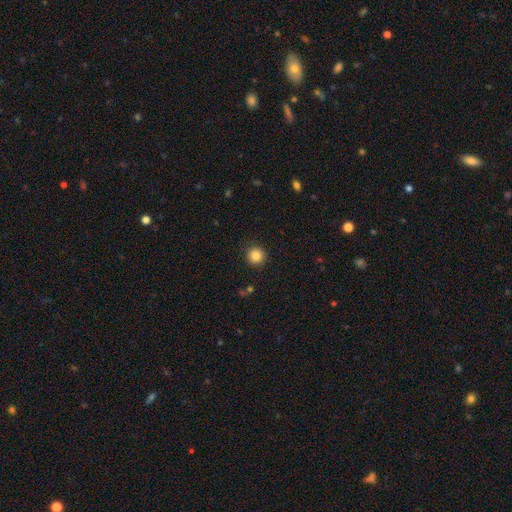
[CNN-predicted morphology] This is clearly a smooth galaxy (86%). How rounded: clearly round (95%). Merging: clearly none (90%).